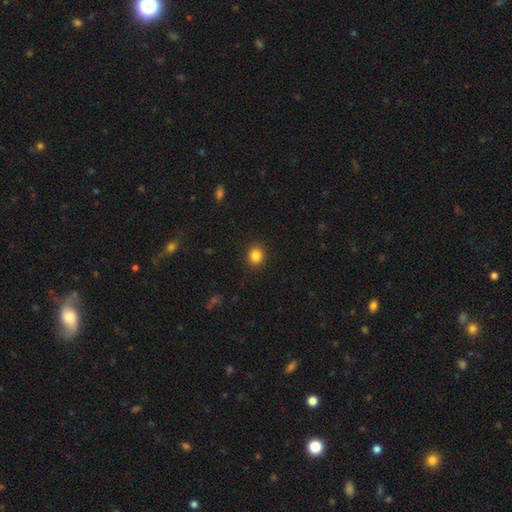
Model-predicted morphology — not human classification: A smooth galaxy with no disk features (84%) that is round (82%).

Vote fractions:
- Smooth or featured? smooth: 84% / star or artifact: 11% / featured or disk: 5%
- How rounded? round: 82% / in between: 17% / cigar-shaped: 1%
- Merging? none: 91% / minor disturbance: 6% / major disturbance: 2% / merger: 1%